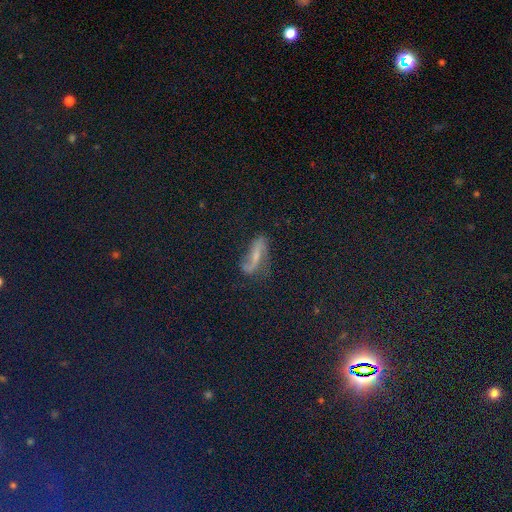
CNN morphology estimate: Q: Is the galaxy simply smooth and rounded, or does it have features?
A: featured or disk — 45%.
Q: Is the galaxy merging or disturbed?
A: none — 60%.